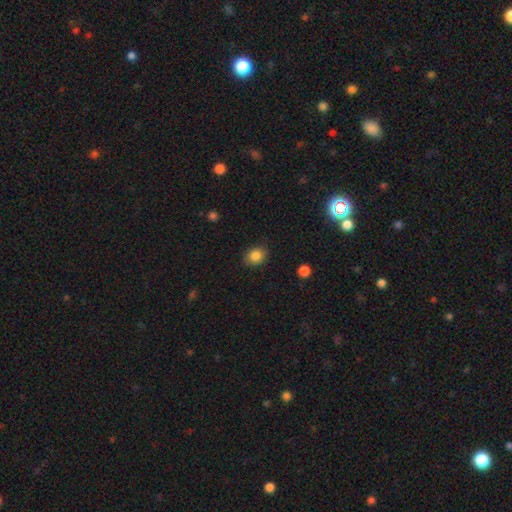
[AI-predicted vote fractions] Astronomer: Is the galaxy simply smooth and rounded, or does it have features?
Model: smooth — 84%.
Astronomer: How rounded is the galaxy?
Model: round — 53% (runner-up: in between, 46%).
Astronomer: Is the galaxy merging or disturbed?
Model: none — 85%.